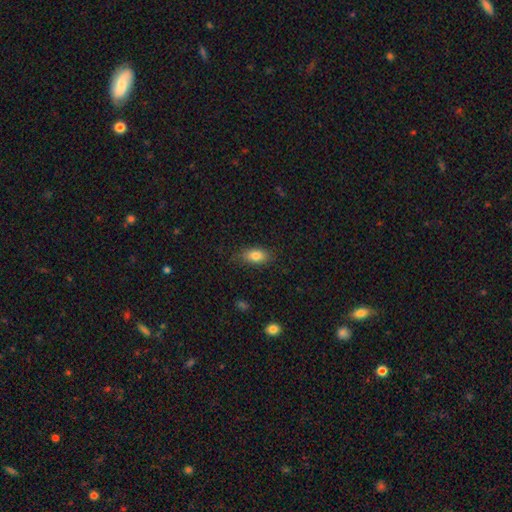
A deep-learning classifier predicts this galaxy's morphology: A smooth galaxy with no disk features (83%) that is in between round and cigar-shaped (88%).

Vote fractions:
- Smooth or featured? smooth: 83% / featured or disk: 9% / star or artifact: 8%
- How rounded? in between: 88% / round: 7% / cigar-shaped: 5%
- Merging? none: 80% / minor disturbance: 15% / major disturbance: 4% / merger: 1%